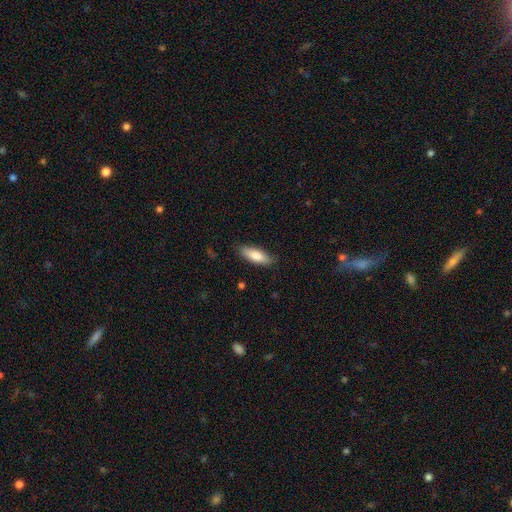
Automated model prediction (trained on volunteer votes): This is clearly a smooth galaxy (82%). How rounded: likely in between (63%). Merging: clearly none (82%).